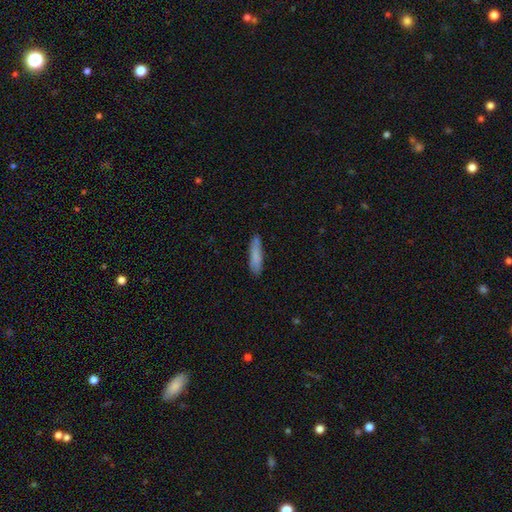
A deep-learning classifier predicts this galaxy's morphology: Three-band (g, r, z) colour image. It shows a smooth galaxy with no disk features (82%) that is cigar-shaped (76%). Merging: none (82%).